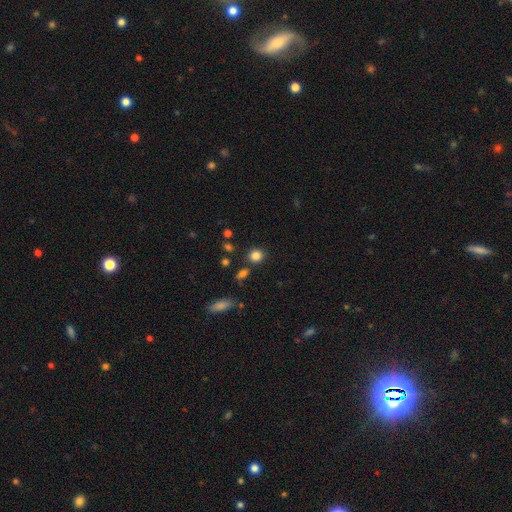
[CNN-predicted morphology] Smooth or featured: smooth — 83% (star or artifact — 12%)
How rounded: round — 84% (in between — 15%)
Merging: none — 81% (minor disturbance — 9%)